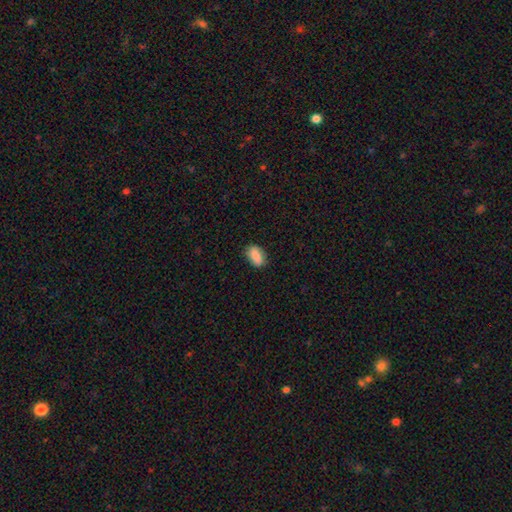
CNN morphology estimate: smooth_or_featured: smooth (p=0.81) [alt: featured or disk p=0.11]
how_rounded: in between (p=0.89) [alt: round p=0.08]
merging: none (p=0.83) [alt: minor disturbance p=0.14]